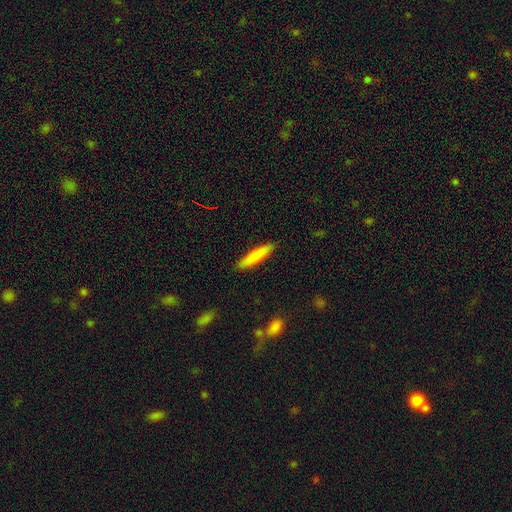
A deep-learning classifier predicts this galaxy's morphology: Q: Smooth or featured?
A: smooth (82%); runner-up: featured or disk (13%)
Q: How rounded?
A: cigar-shaped (88%); runner-up: in between (10%)
Q: Merging?
A: none (90%); runner-up: minor disturbance (7%)